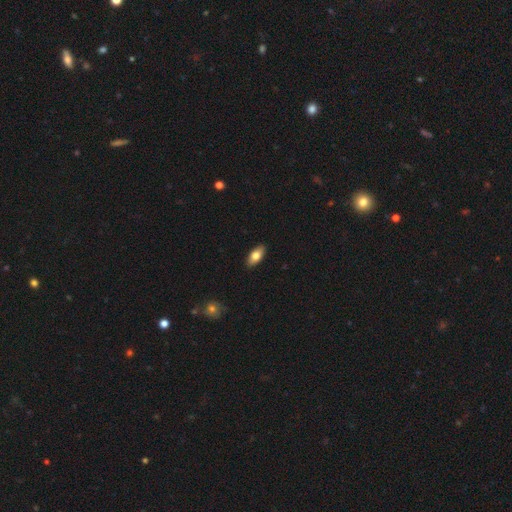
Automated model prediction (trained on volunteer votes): This appears to be a smooth galaxy with no disk features (77%) that is in between round and cigar-shaped (88%). Merging: none (89%).